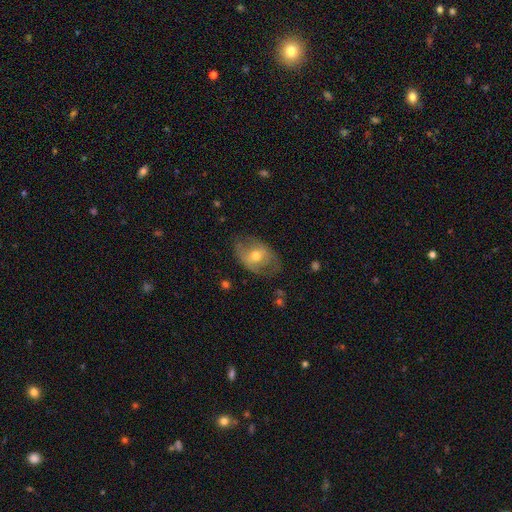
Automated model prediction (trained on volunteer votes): Smooth or featured? Predicted: featured or disk (p=0.56). Edge-on disk? Predicted: no (p=0.91). Bar? Predicted: no (p=0.47). Spiral arms? Predicted: yes (p=0.56). Bulge size? Predicted: moderate (p=0.68). Merging? Predicted: none (p=0.66).